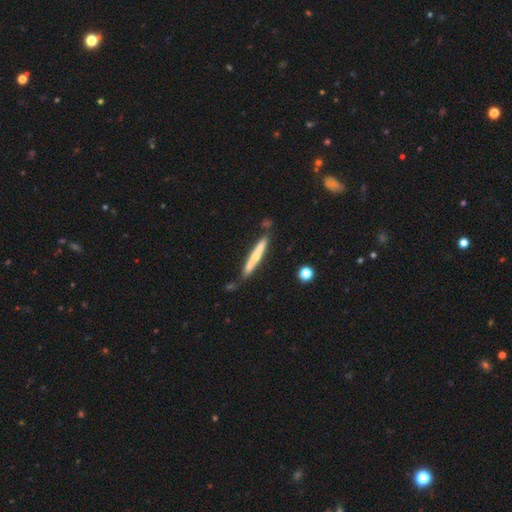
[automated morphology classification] Smooth or featured? featured or disk (50%)
Edge-on disk? yes (94%)
Merging? none (79%)